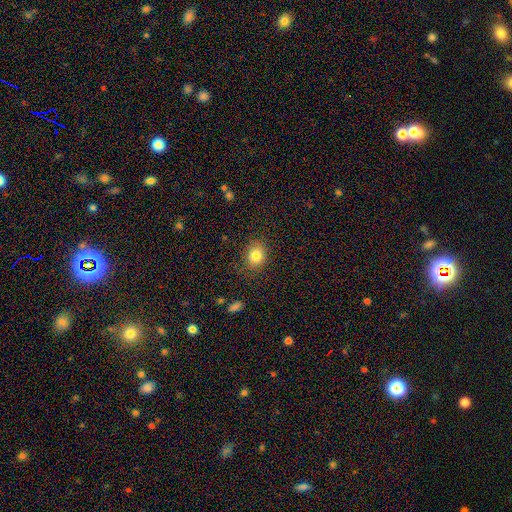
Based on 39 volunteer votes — smooth-or-featured: smooth: 95% | featured or disk: 3% | star or artifact: 3%
  how-rounded: round: 59% | in between: 41% | cigar-shaped: 0%
  merging: none: 82% | minor disturbance: 13% | major disturbance: 5% | merger: 0%